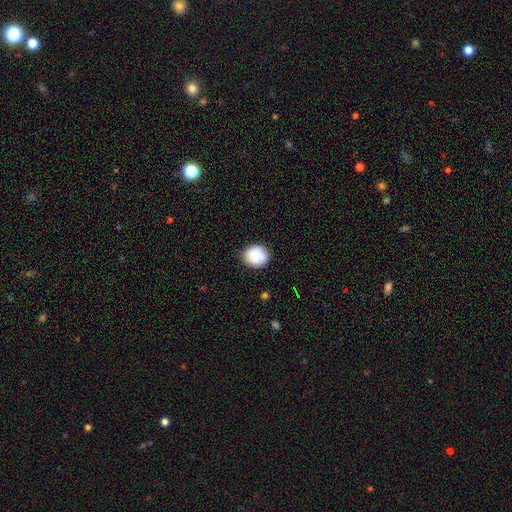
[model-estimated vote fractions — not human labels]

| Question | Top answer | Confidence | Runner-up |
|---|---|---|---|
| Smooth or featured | smooth | 78% | featured or disk (13%) |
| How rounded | round | 77% | in between (22%) |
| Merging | none | 66% | minor disturbance (20%) |